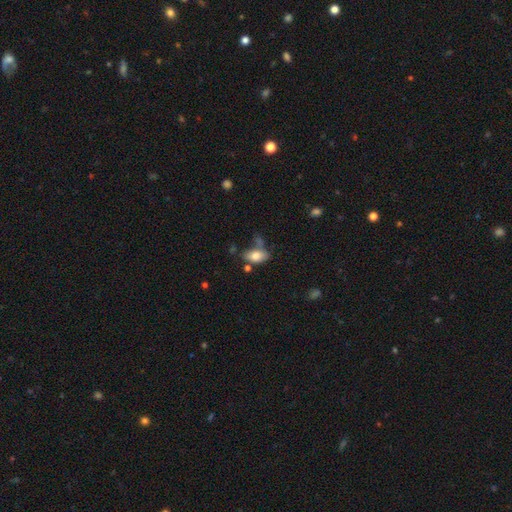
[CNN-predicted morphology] The model was most divided on "merging": none: 54%, minor disturbance: 21%, merger: 17%, major disturbance: 8%. More confident: how rounded — in between (90%); smooth or featured — smooth (79%).